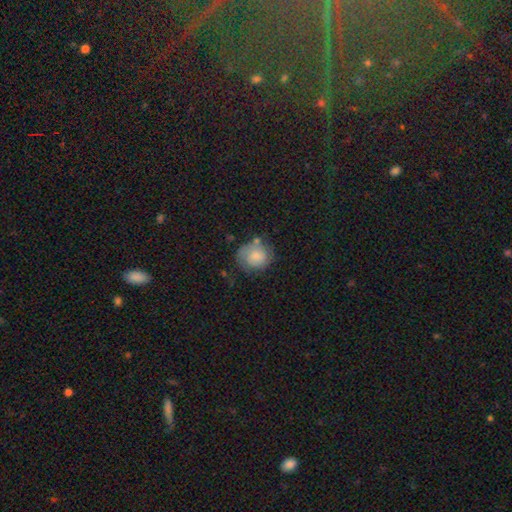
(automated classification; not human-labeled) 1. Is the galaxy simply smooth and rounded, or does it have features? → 66% smooth, 26% featured or disk, 8% star or artifact.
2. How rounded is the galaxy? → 79% round, 20% in between, 1% cigar-shaped.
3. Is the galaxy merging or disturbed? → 56% none, 25% minor disturbance, 12% major disturbance, 6% merger.